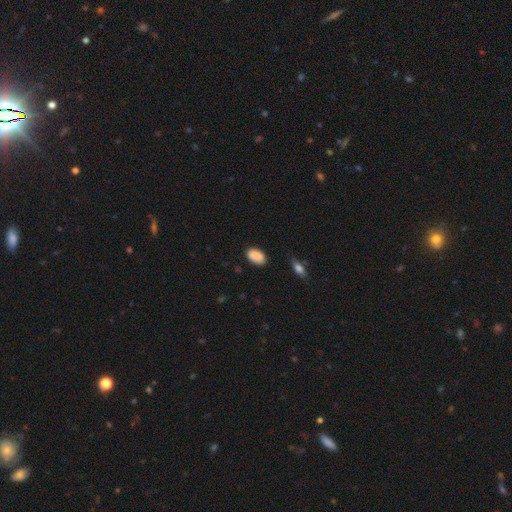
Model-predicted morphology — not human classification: type=smooth (88%); roundness=in between (92%); merging=none (80%).